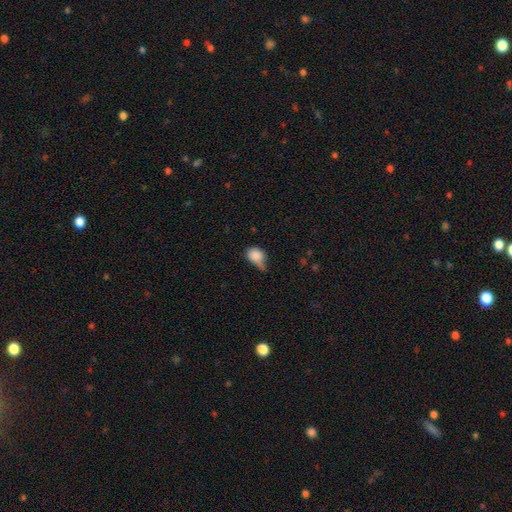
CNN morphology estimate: smooth-or-featured: smooth: 84% | star or artifact: 9% | featured or disk: 7%
  how-rounded: in between: 52% | round: 46% | cigar-shaped: 2%
  merging: minor disturbance: 44% | none: 29% | major disturbance: 18% | merger: 8%